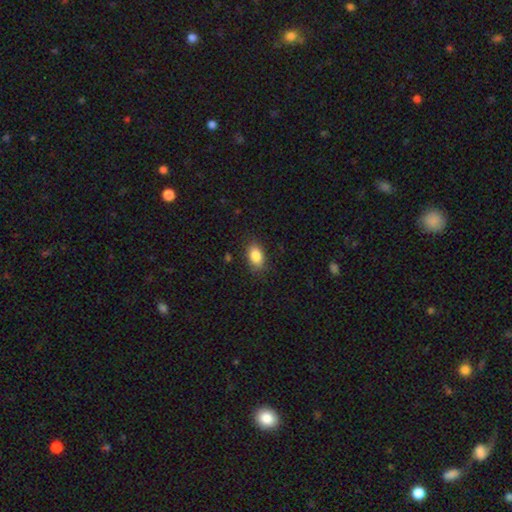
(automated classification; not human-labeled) Smooth or featured? Predicted: smooth (p=0.86). How rounded? Predicted: in between (p=0.87). Merging? Predicted: none (p=0.84).